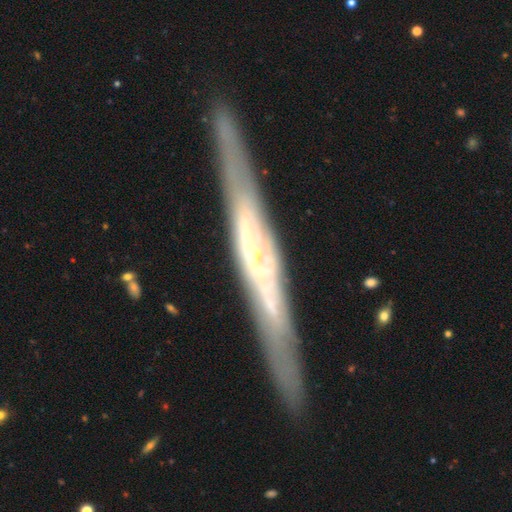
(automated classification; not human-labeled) smooth_or_featured: featured or disk (p=0.81) [alt: smooth p=0.13]
disk_edge_on: yes (p=0.90) [alt: no p=0.10]
edge_on_bulge: rounded (p=0.42) [alt: none p=0.40]
merging: none (p=0.86) [alt: minor disturbance p=0.09]